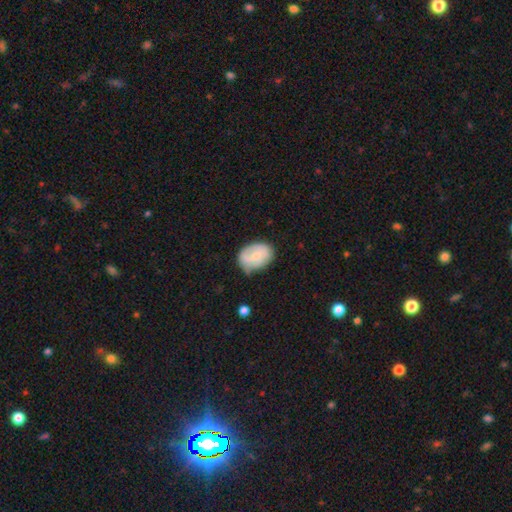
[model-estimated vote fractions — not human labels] This is possibly a smooth galaxy (59%). How rounded: likely in between (74%). Merging: likely none (61%).